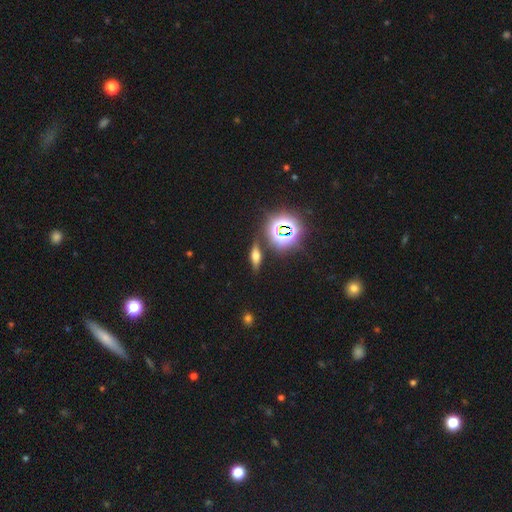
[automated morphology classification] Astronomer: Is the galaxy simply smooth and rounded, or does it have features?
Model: smooth — 41% (runner-up: featured or disk, 32%).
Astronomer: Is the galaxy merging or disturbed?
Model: none — 81%.